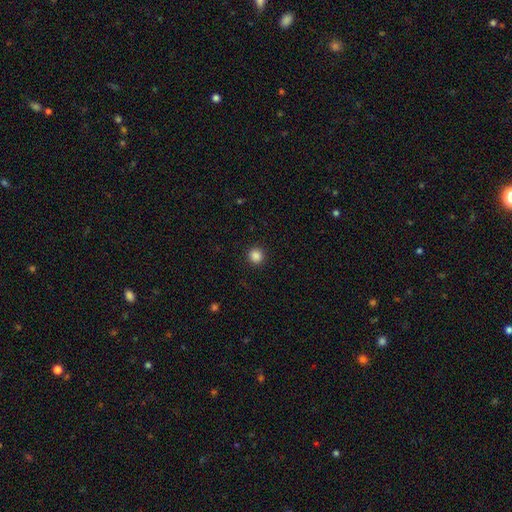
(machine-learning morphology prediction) The model was most divided on "smooth or featured": smooth: 86%, star or artifact: 11%, featured or disk: 3%. More confident: how rounded — round (94%); merging — none (92%).